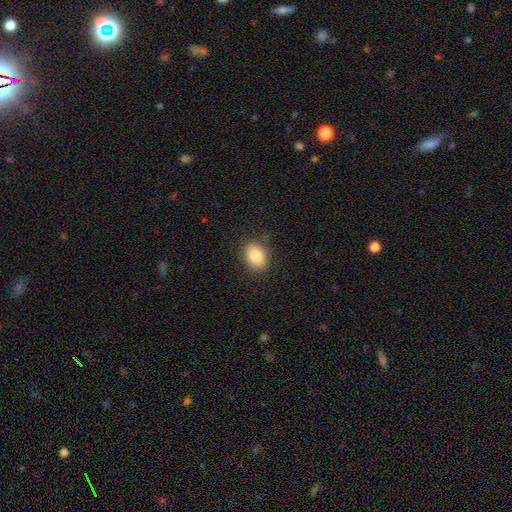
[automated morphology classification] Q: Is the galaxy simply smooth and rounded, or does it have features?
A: smooth — 86%.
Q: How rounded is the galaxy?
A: in between — 63%.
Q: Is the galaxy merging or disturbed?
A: none — 86%.